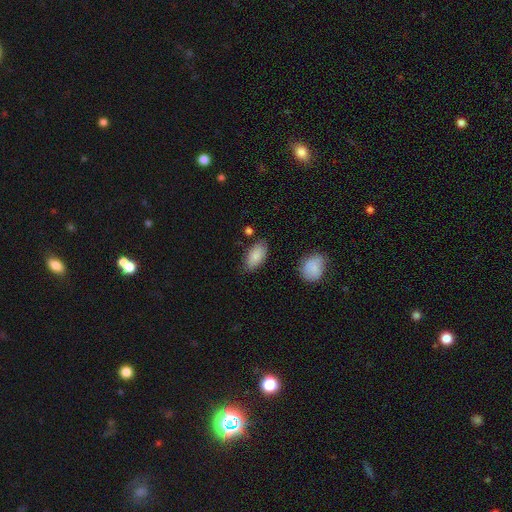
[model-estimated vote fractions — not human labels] Smooth or featured?
  - smooth: 85% *
  - featured or disk: 8%
  - star or artifact: 6%
How rounded?
  - in between: 93% *
  - cigar-shaped: 4%
  - round: 3%
Merging?
  - none: 79% *
  - minor disturbance: 15%
  - major disturbance: 3%
  - merger: 3%